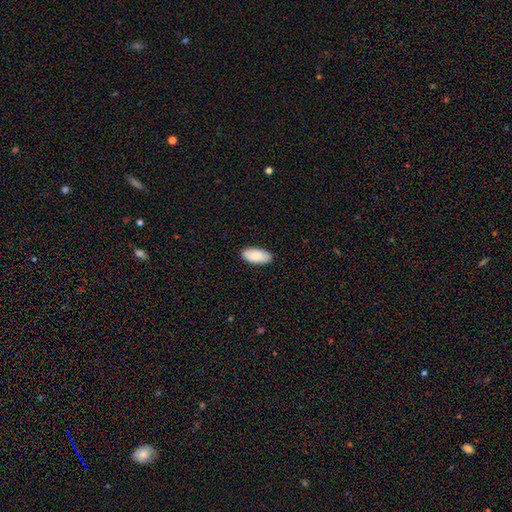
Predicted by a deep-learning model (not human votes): Overall: smooth (88%). How rounded: in between (93%). Merging: none (88%).